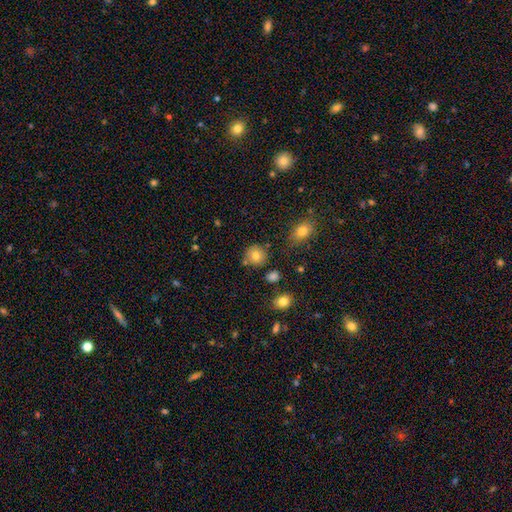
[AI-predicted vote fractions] A smooth galaxy with no disk features (78%) that is round (89%).

Vote fractions:
- Smooth or featured? smooth: 78% / star or artifact: 11% / featured or disk: 11%
- How rounded? round: 89% / in between: 10% / cigar-shaped: 1%
- Merging? none: 80% / minor disturbance: 11% / merger: 6% / major disturbance: 3%